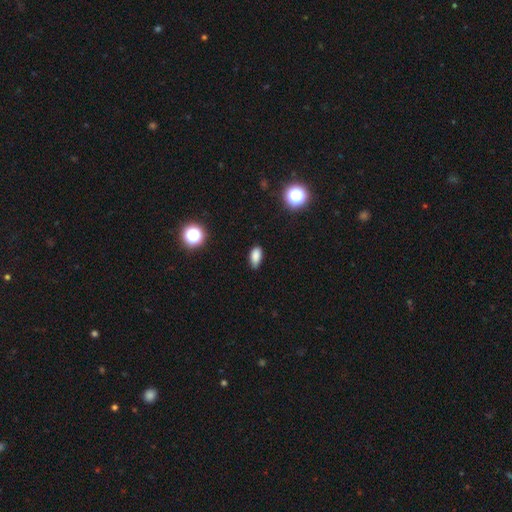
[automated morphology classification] Smooth or featured: smooth — 83% (star or artifact — 12%)
How rounded: in between — 89% (round — 5%)
Merging: none — 78% (minor disturbance — 18%)